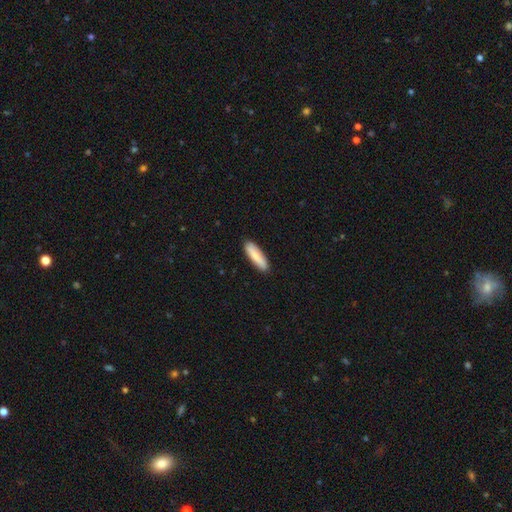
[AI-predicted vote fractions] Smooth or featured? Predicted: smooth (p=0.82). How rounded? Predicted: cigar-shaped (p=0.64). Merging? Predicted: none (p=0.89).